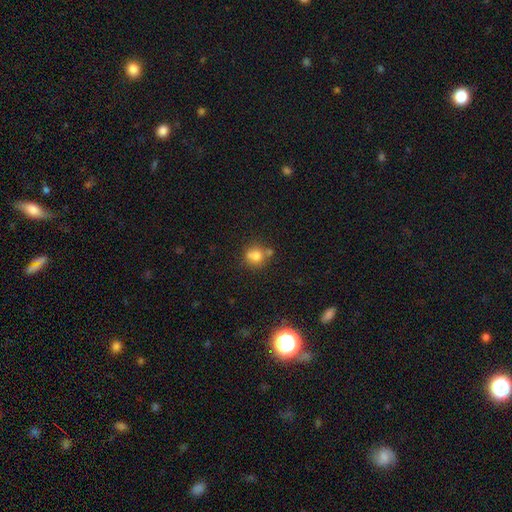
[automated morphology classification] A smooth galaxy with no disk features (74%) that is round (82%). Merging: none (57%).